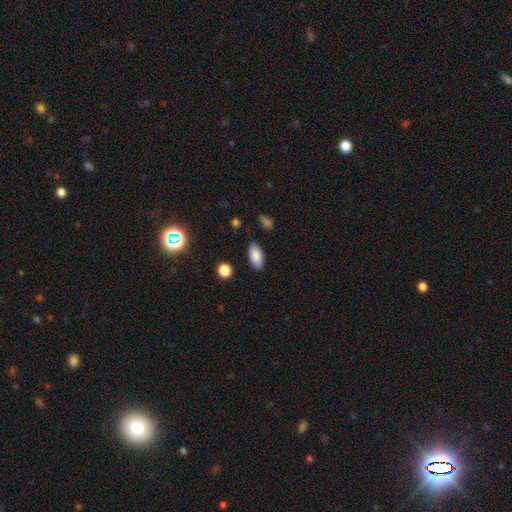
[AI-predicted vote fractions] Smooth or featured?
  - smooth: 86% *
  - star or artifact: 8%
  - featured or disk: 6%
How rounded?
  - in between: 91% *
  - cigar-shaped: 6%
  - round: 3%
Merging?
  - none: 87% *
  - minor disturbance: 9%
  - major disturbance: 2%
  - merger: 2%